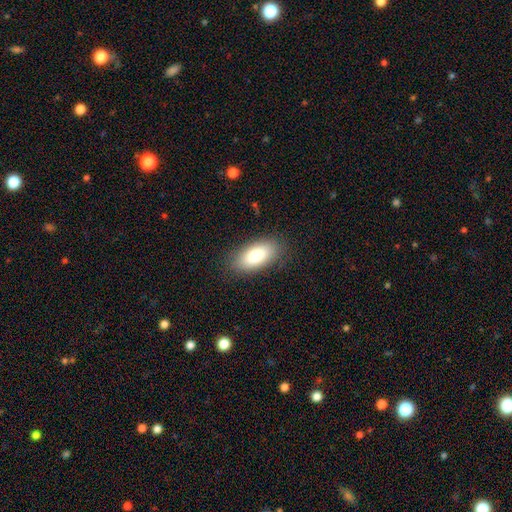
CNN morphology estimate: A smooth galaxy with no disk features (84%) that is in between round and cigar-shaped (91%). Merging: none (86%).